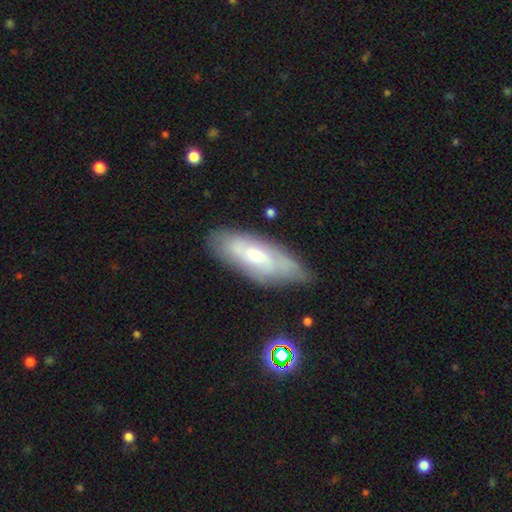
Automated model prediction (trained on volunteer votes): Overall: featured or disk (51%; smooth 41%). Edge-on disk: no (78%). Merging: none (66%).